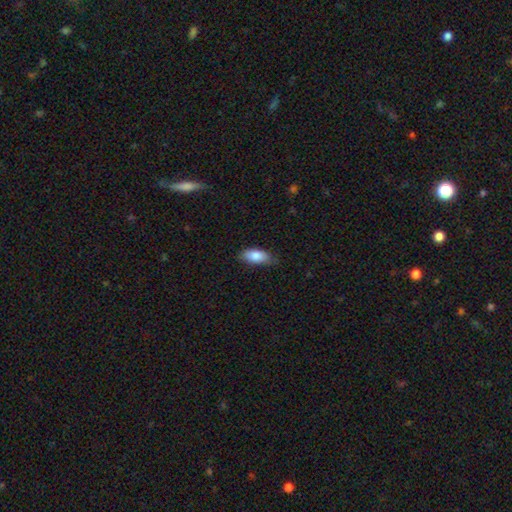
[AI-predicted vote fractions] A smooth galaxy with no disk features (84%) that is in between round and cigar-shaped (85%).

Vote fractions:
- Smooth or featured? smooth: 84% / featured or disk: 10% / star or artifact: 6%
- How rounded? in between: 85% / cigar-shaped: 13% / round: 2%
- Merging? none: 76% / minor disturbance: 20% / major disturbance: 3% / merger: 1%